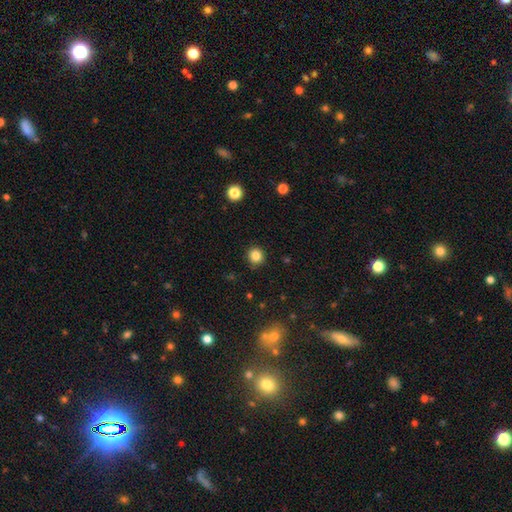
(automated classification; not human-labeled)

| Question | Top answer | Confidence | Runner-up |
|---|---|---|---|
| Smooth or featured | smooth | 83% | star or artifact (12%) |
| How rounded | round | 91% | in between (8%) |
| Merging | none | 90% | minor disturbance (7%) |